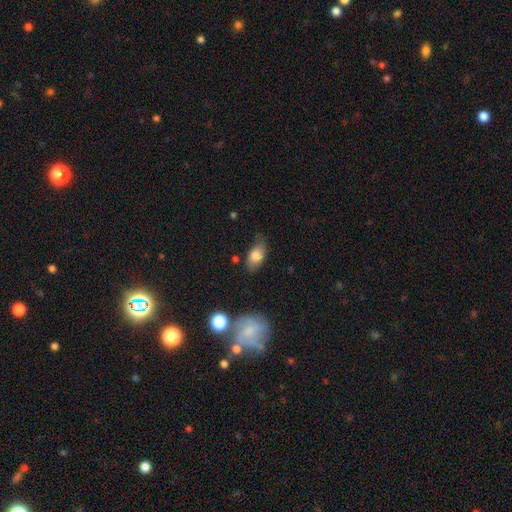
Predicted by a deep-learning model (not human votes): smooth_or_featured: smooth (p=0.76) [alt: featured or disk p=0.16]
how_rounded: in between (p=0.90) [alt: round p=0.07]
merging: none (p=0.62) [alt: minor disturbance p=0.27]